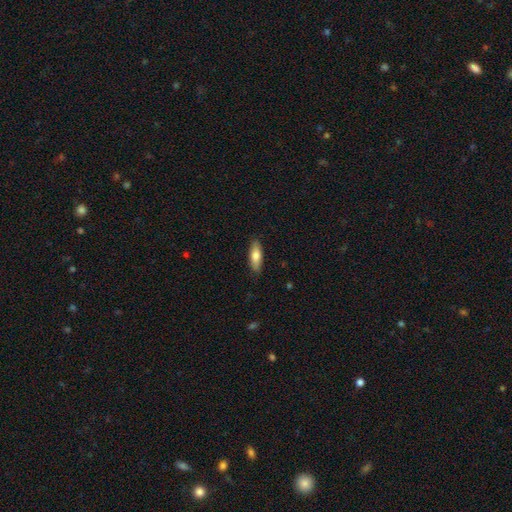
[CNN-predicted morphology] This appears to be a smooth galaxy with no disk features (73%) that is in between round and cigar-shaped (55%). Merging: none (87%).